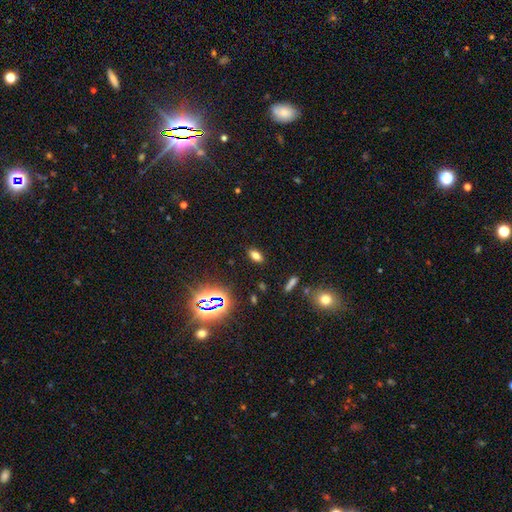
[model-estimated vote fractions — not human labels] Smooth or featured? smooth (67%)
How rounded? in between (84%)
Merging? none (87%)